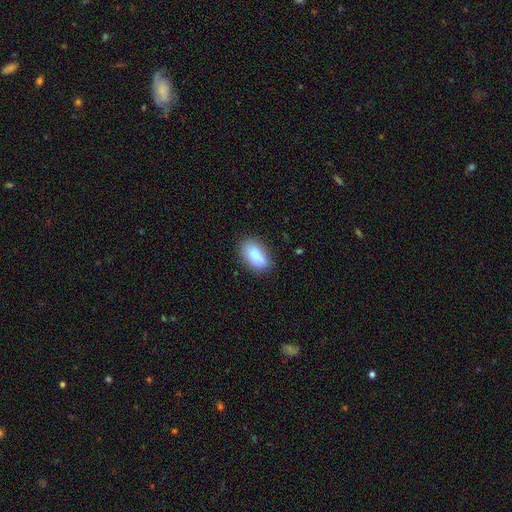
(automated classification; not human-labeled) This appears to be a smooth galaxy with no disk features (85%) that is in between round and cigar-shaped (91%). Merging: none (80%).